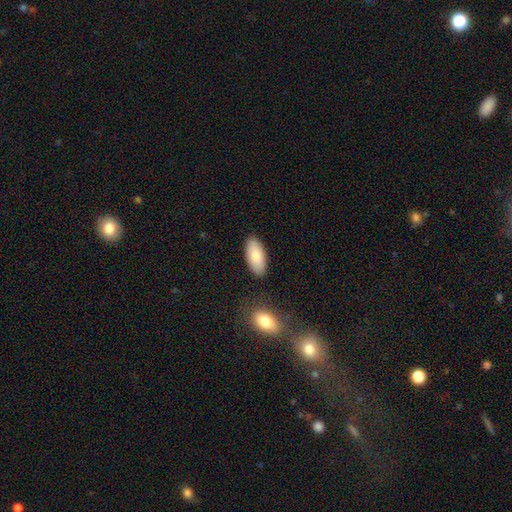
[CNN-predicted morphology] A smooth galaxy with no disk features (83%) that is in between round and cigar-shaped (91%). Merging: none (84%).